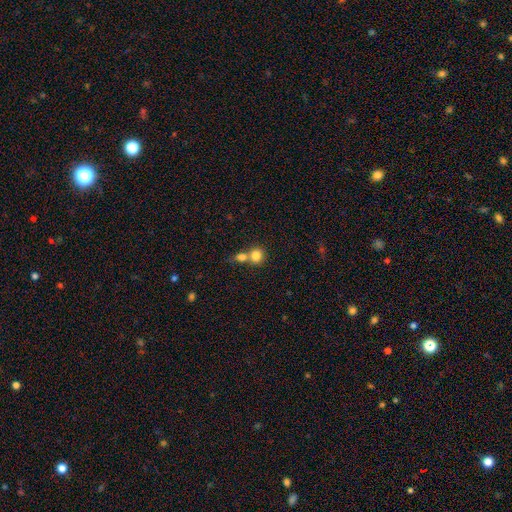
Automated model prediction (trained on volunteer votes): Smooth or featured?
  - smooth: 81% *
  - star or artifact: 10%
  - featured or disk: 10%
How rounded?
  - round: 79% *
  - in between: 20%
  - cigar-shaped: 1%
Merging?
  - merger: 55% *
  - none: 35%
  - minor disturbance: 6%
  - major disturbance: 3%